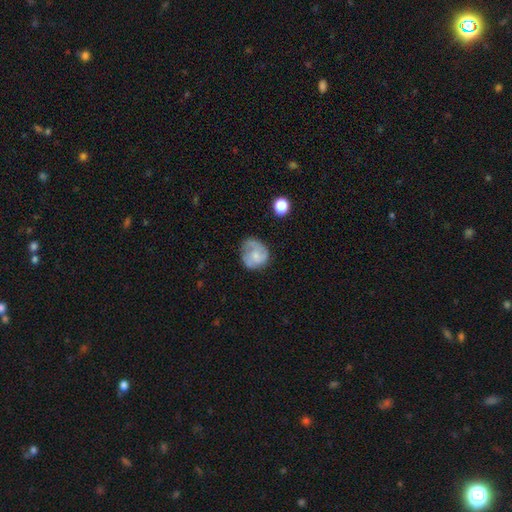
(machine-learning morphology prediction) This is possibly a featured or disk galaxy (51%). It is clearly not viewed edge-on (98%). Bar: likely no (70%). Spiral arm pattern: clearly yes (80%). Central bulge: possibly small (54%). Merging: possibly none (56%).